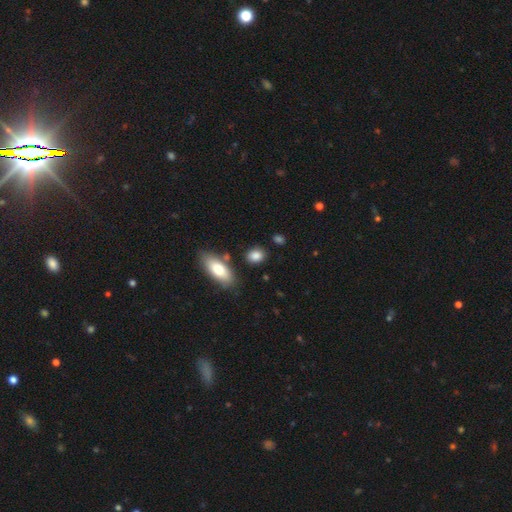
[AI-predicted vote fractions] A smooth galaxy with no disk features (84%) that is in between round and cigar-shaped (57%). Merging: none (80%).